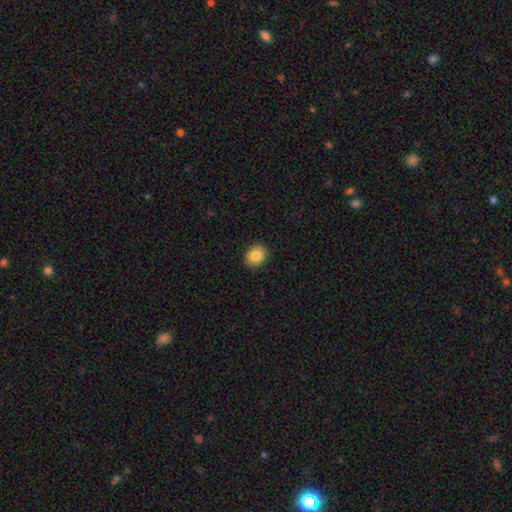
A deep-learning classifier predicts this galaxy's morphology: A smooth galaxy with no disk features (86%) that is round (61%).

Vote fractions:
- Smooth or featured? smooth: 86% / star or artifact: 9% / featured or disk: 5%
- How rounded? round: 61% / in between: 38% / cigar-shaped: 1%
- Merging? none: 90% / minor disturbance: 7% / major disturbance: 2% / merger: 1%